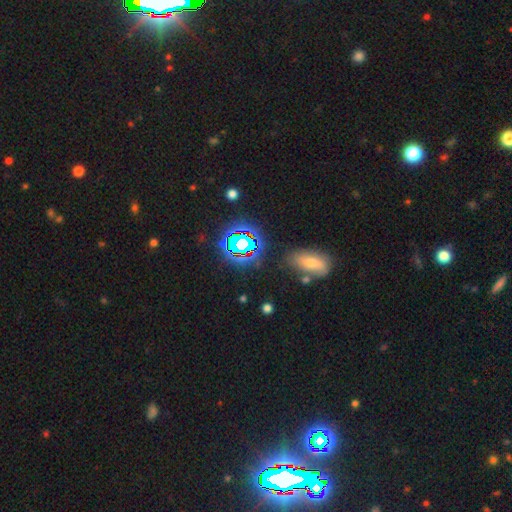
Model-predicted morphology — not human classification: Q: Smooth or featured?
A: star or artifact (62%); runner-up: smooth (22%)